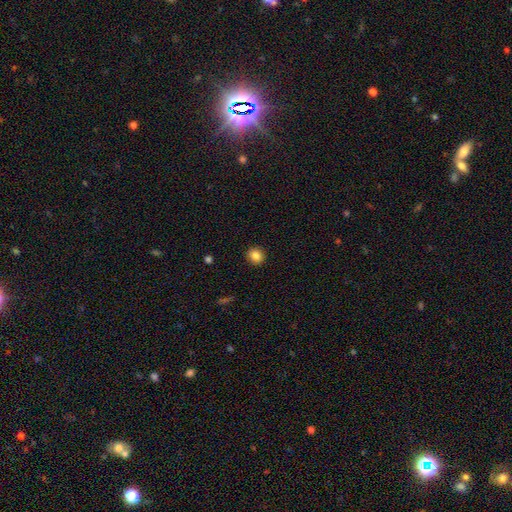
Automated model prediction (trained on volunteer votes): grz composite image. It shows a smooth galaxy with no disk features (84%) that is round (88%). Merging: none (92%).